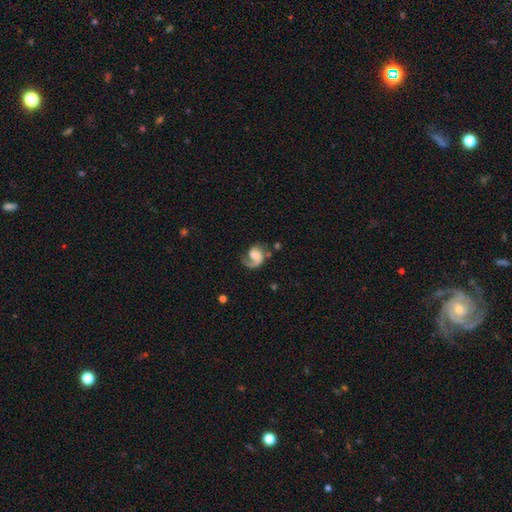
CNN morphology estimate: A featured or disk galaxy (79%) with no bar (55%), 1 (72%) medium (43%) spiral arms (95%) and a moderate central bulge (29%). Merging: none (49%).